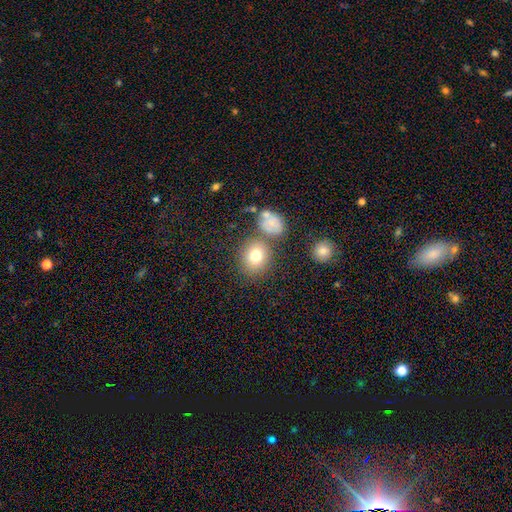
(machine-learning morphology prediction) The model was most divided on "how rounded": round: 73%, in between: 26%, cigar-shaped: 1%. More confident: smooth or featured — smooth (76%); merging — none (71%).